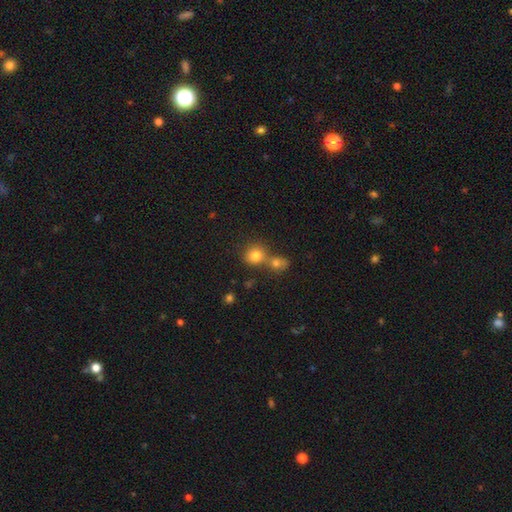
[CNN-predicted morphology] This appears to be a smooth galaxy with no disk features (79%) that is round (84%). Merging: none (51%).